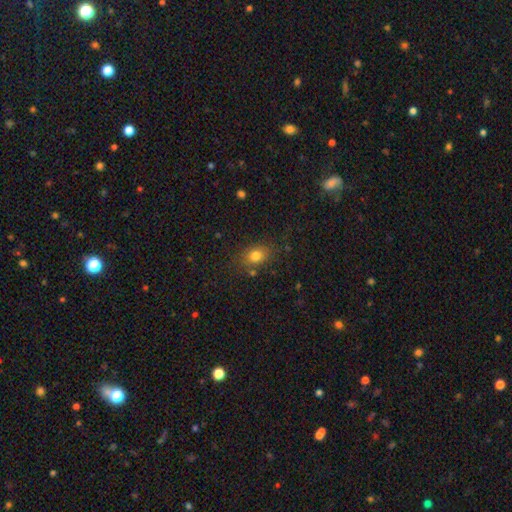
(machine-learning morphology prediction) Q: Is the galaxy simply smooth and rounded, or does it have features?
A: smooth — 79%.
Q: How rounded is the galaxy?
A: in between — 58%.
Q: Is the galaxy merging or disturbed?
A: none — 78%.